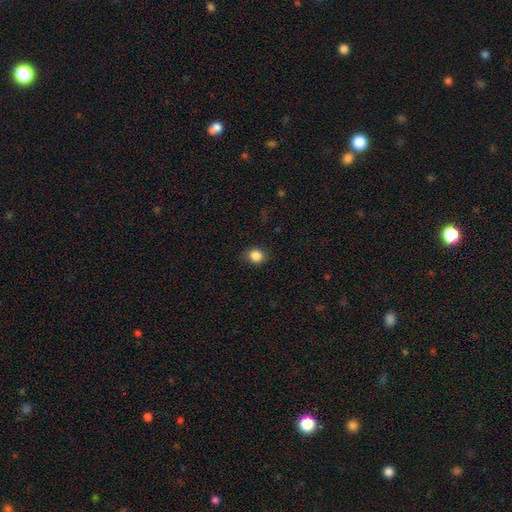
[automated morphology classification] Q: Smooth or featured?
A: smooth (86%); runner-up: star or artifact (10%)
Q: How rounded?
A: round (68%); runner-up: in between (31%)
Q: Merging?
A: none (85%); runner-up: minor disturbance (11%)